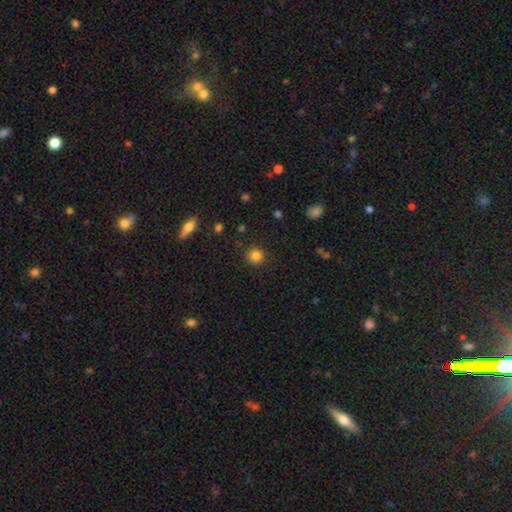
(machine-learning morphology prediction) This is clearly a smooth galaxy (84%). How rounded: clearly round (92%). Merging: clearly none (89%).